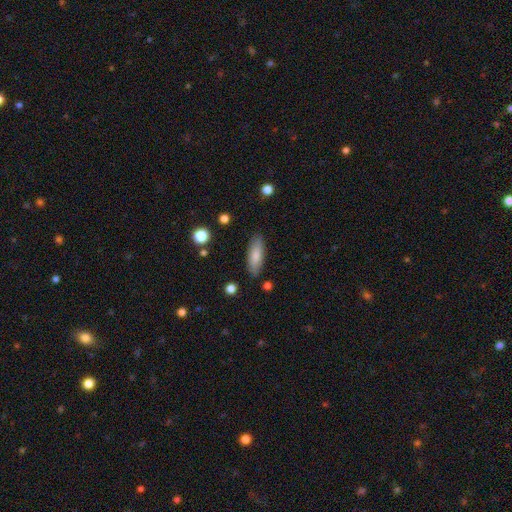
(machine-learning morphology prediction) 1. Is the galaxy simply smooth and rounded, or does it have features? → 80% smooth, 14% featured or disk, 6% star or artifact.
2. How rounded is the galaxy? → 60% in between, 38% cigar-shaped, 2% round.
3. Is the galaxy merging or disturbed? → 86% none, 10% minor disturbance, 2% major disturbance, 2% merger.